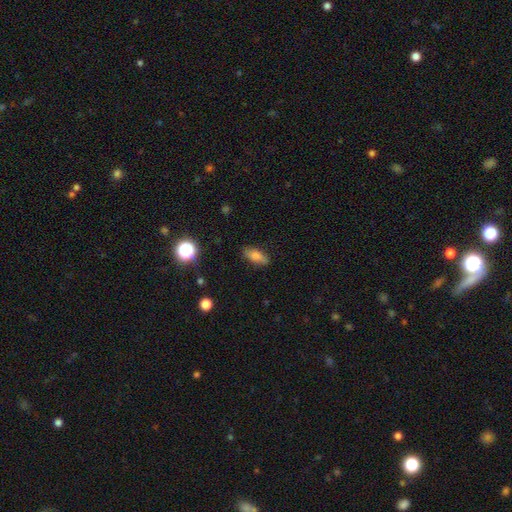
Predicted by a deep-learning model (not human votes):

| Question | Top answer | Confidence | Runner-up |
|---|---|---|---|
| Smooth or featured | smooth | 78% | featured or disk (13%) |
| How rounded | in between | 82% | cigar-shaped (14%) |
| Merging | none | 82% | minor disturbance (14%) |